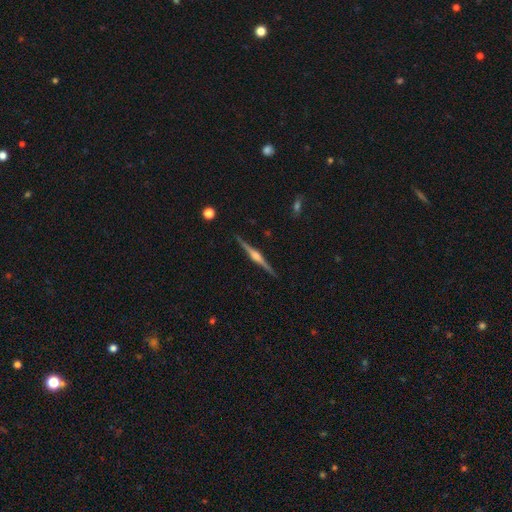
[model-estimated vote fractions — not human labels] A featured or disk galaxy (87%) viewed edge-on (99%) with a rounded central bulge (85%). Merging: none (92%).